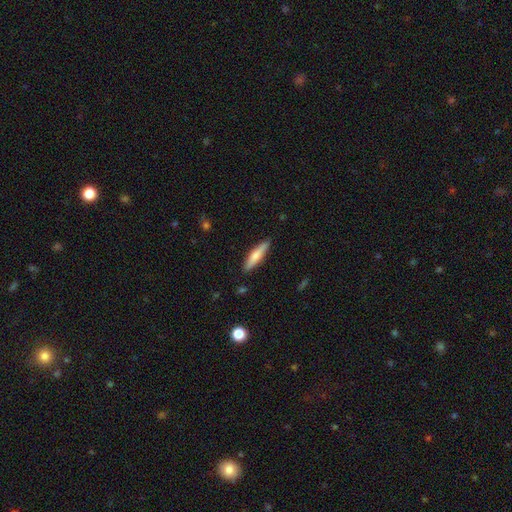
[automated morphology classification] smooth_or_featured: smooth (p=0.64) [alt: featured or disk p=0.30]
how_rounded: cigar-shaped (p=0.81) [alt: in between p=0.17]
merging: none (p=0.89) [alt: minor disturbance p=0.08]